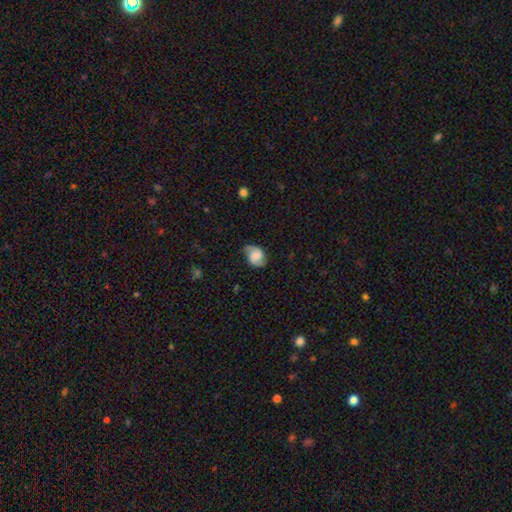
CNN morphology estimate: Overall: featured or disk (72%). Edge-on disk: no (98%). Bar: weak (44%, tied with no). Spiral arms: yes (95%). Spiral arm count: 2 (91%). Spiral winding: medium (49%; loose 29%). Bulge size: none (30%; moderate 27%). Merging: none (75%).